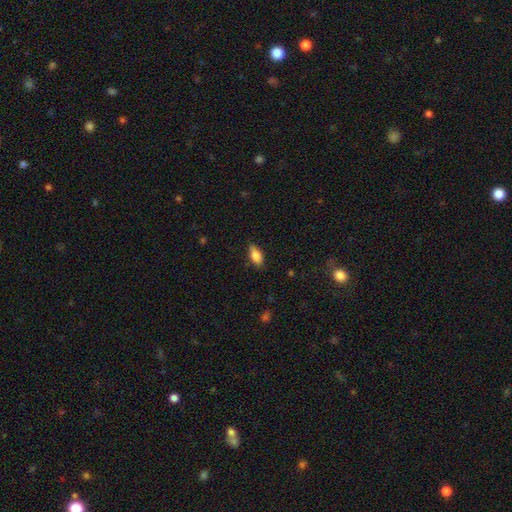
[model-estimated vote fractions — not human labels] Smooth or featured?
  - smooth: 82% *
  - featured or disk: 11%
  - star or artifact: 7%
How rounded?
  - in between: 87% *
  - cigar-shaped: 9%
  - round: 3%
Merging?
  - none: 81% *
  - minor disturbance: 15%
  - major disturbance: 3%
  - merger: 1%